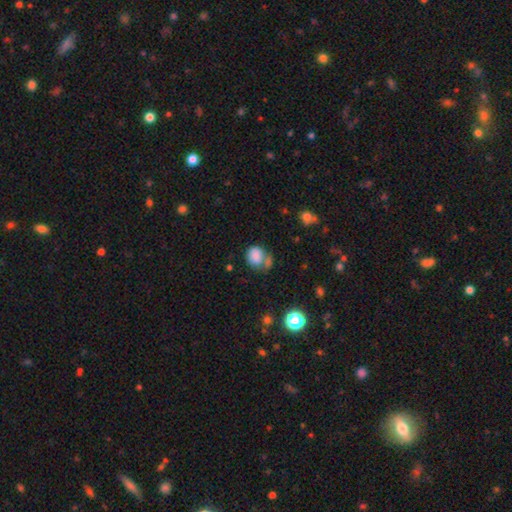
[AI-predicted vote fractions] Morphology: type=smooth (80%); roundness=round (58%); merging=none (39%).